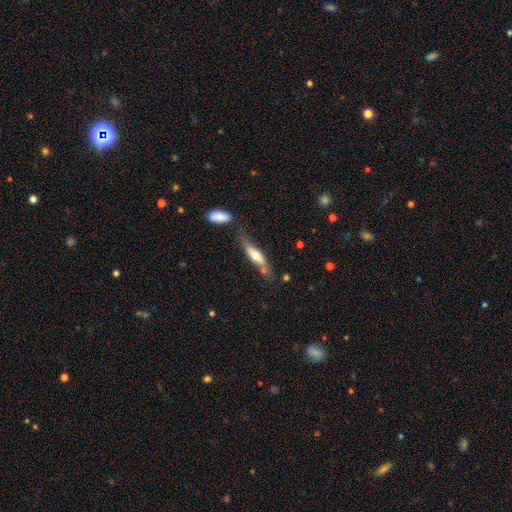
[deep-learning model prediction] Morphology: type=smooth (55%); roundness=cigar-shaped (65%); merging=none (49%).